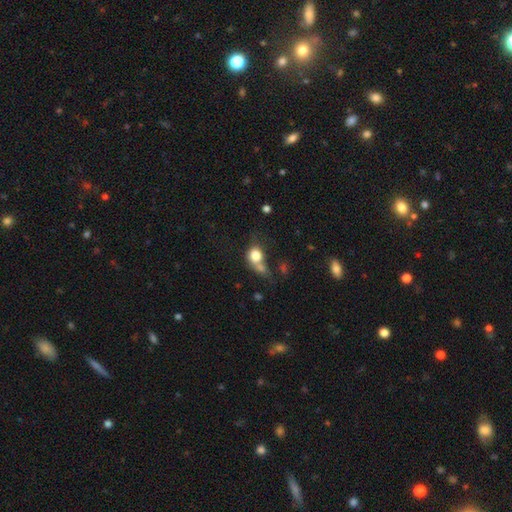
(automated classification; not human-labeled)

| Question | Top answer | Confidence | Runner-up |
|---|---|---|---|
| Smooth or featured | smooth | 76% | featured or disk (14%) |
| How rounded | round | 60% | in between (38%) |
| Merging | merger | 37% | none (28%) |